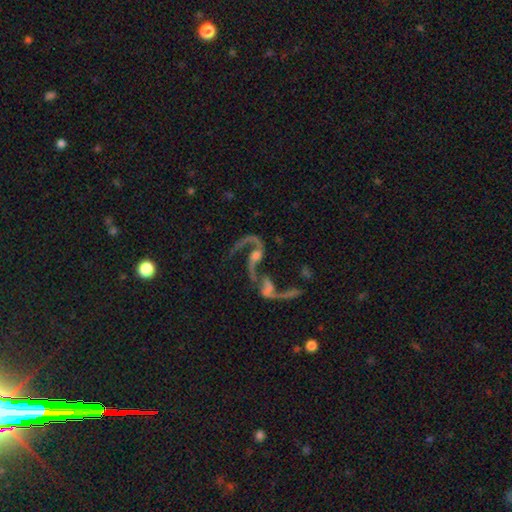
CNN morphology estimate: Overall: featured or disk (79%). Edge-on disk: no (96%). Bar: no (59%; weak 27%). Spiral arms: yes (85%). Spiral arm count: 2 (69%). Spiral winding: loose (79%). Bulge size: moderate (44%; small 28%). Merging: merger (40%; major disturbance 26%).